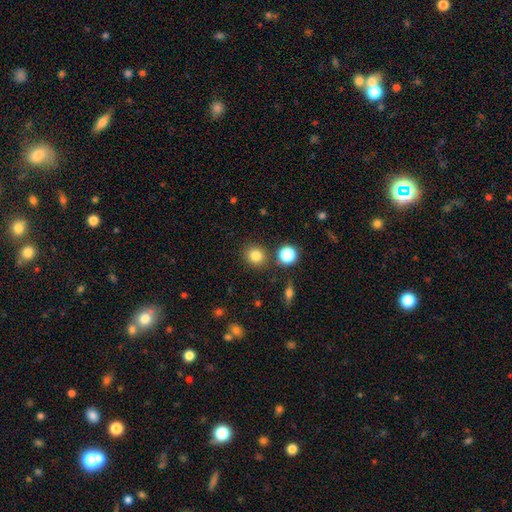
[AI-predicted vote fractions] This is clearly a smooth galaxy (81%). How rounded: clearly round (85%). Merging: clearly none (85%).